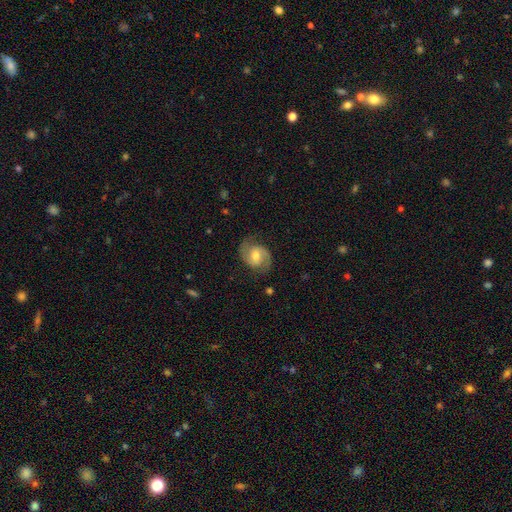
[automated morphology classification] The model was most divided on "bar": weak: 46%, no: 41%, strong: 12%. More confident: edge-on disk — no (98%); spiral arms — yes (94%); spiral arm count — 2 (91%); merging — none (78%); smooth or featured — featured or disk (77%); bulge size — moderate (65%); spiral winding — medium (53%).